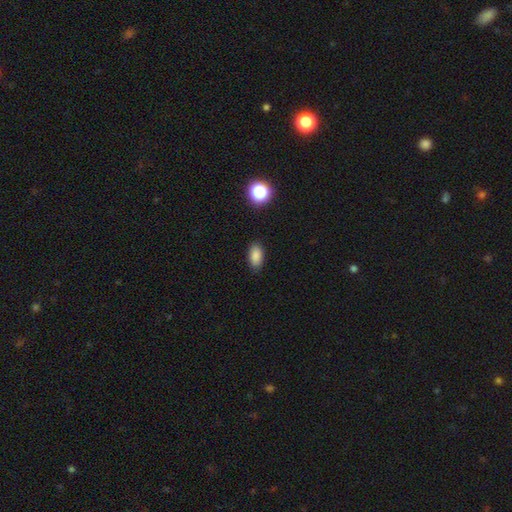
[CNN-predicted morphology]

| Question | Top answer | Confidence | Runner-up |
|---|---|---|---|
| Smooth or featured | smooth | 85% | star or artifact (10%) |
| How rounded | in between | 91% | round (6%) |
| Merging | none | 87% | minor disturbance (10%) |